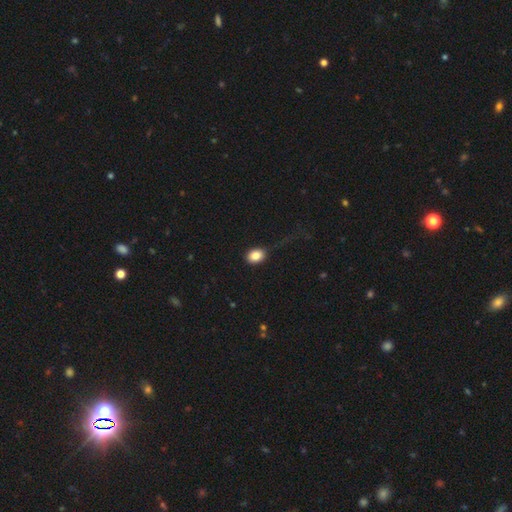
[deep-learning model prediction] This appears to be a smooth galaxy with no disk features (85%) that is in between round and cigar-shaped (64%). Merging: none (74%).